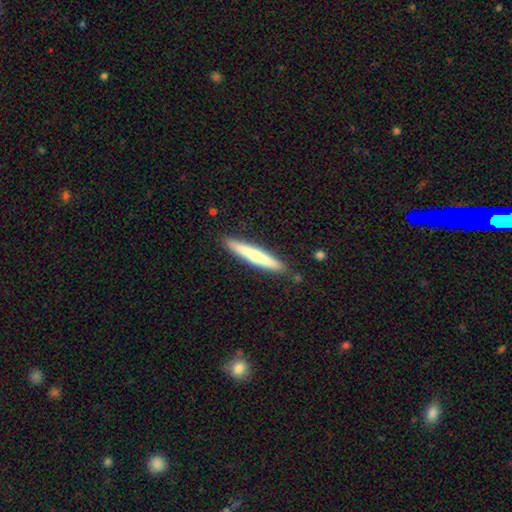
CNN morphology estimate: Smooth or featured? smooth (60%)
How rounded? cigar-shaped (94%)
Merging? none (88%)